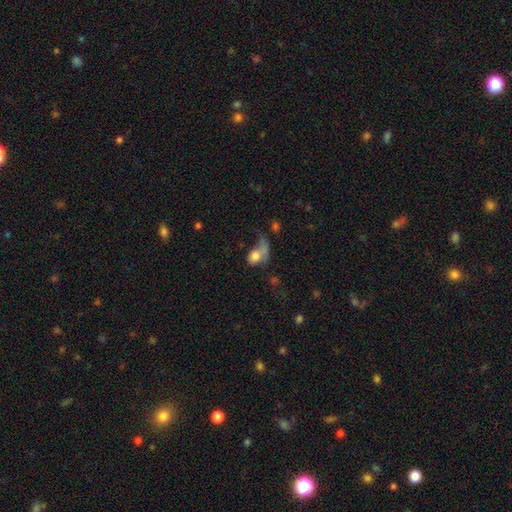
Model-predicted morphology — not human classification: smooth_or_featured: smooth (p=0.69) [alt: featured or disk p=0.21]
how_rounded: in between (p=0.62) [alt: round p=0.36]
merging: major disturbance (p=0.40) [alt: merger p=0.24]